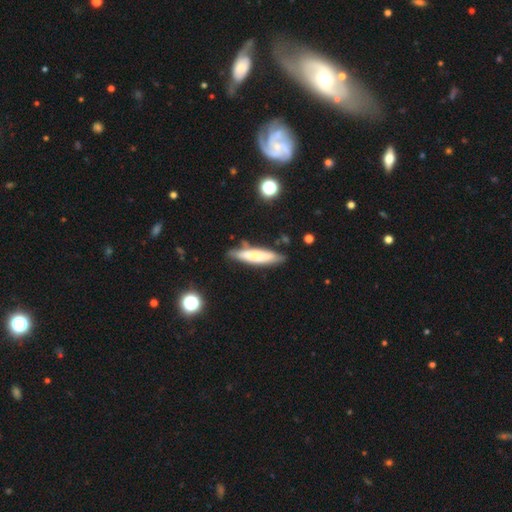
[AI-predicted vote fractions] smooth_or_featured: smooth (p=0.64) [alt: featured or disk p=0.30]
how_rounded: cigar-shaped (p=0.78) [alt: in between p=0.20]
merging: none (p=0.77) [alt: minor disturbance p=0.16]